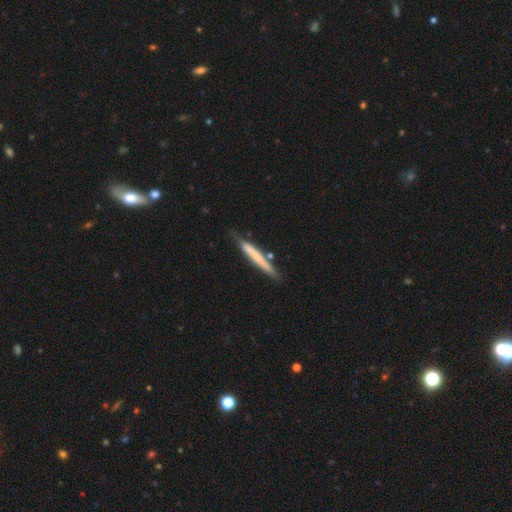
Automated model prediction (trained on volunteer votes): A smooth galaxy with no disk features (56%) that is cigar-shaped (96%).

Vote fractions:
- Smooth or featured? smooth: 56% / featured or disk: 38% / star or artifact: 6%
- How rounded? cigar-shaped: 96% / in between: 3% / round: 1%
- Merging? none: 70% / minor disturbance: 22% / merger: 4% / major disturbance: 4%